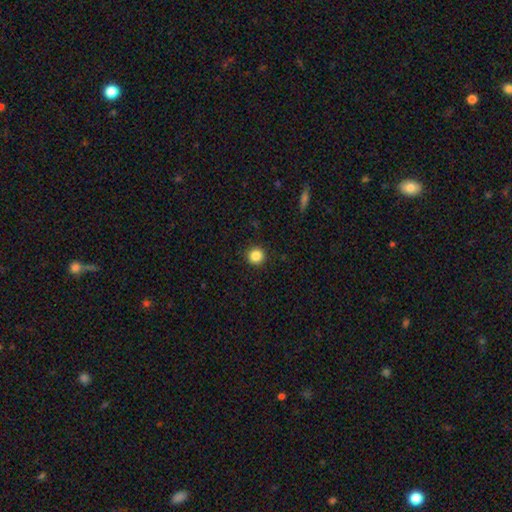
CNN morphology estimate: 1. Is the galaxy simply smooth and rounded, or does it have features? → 85% smooth, 10% star or artifact, 4% featured or disk.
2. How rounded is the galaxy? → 93% round, 6% in between, 1% cigar-shaped.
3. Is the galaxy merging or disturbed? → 92% none, 5% minor disturbance, 2% major disturbance, 1% merger.